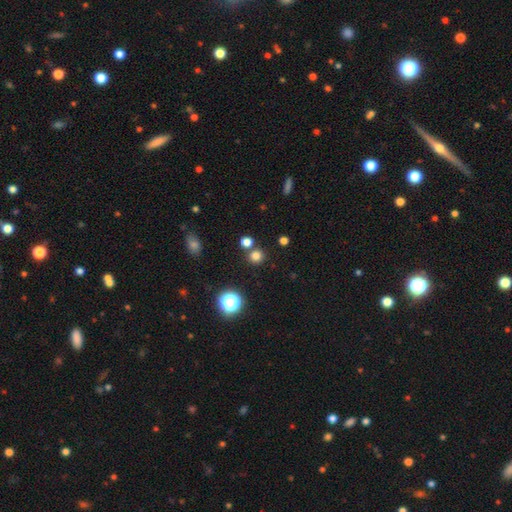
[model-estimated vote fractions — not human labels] A smooth galaxy with no disk features (75%) that is round (90%).

Vote fractions:
- Smooth or featured? smooth: 75% / star or artifact: 19% / featured or disk: 5%
- How rounded? round: 90% / in between: 9% / cigar-shaped: 1%
- Merging? none: 78% / merger: 13% / minor disturbance: 7% / major disturbance: 3%